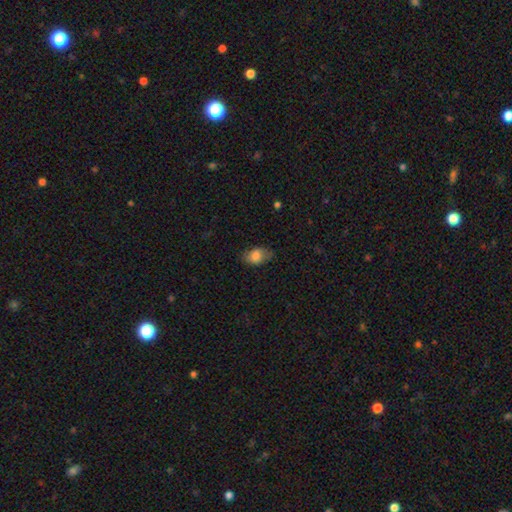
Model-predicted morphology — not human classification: A smooth galaxy with no disk features (80%) that is in between round and cigar-shaped (86%). Merging: none (72%).